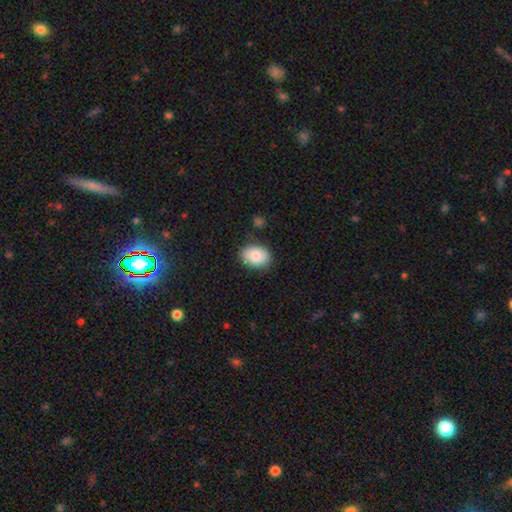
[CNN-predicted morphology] This is clearly a smooth galaxy (82%). How rounded: likely in between (79%). Merging: clearly none (80%).